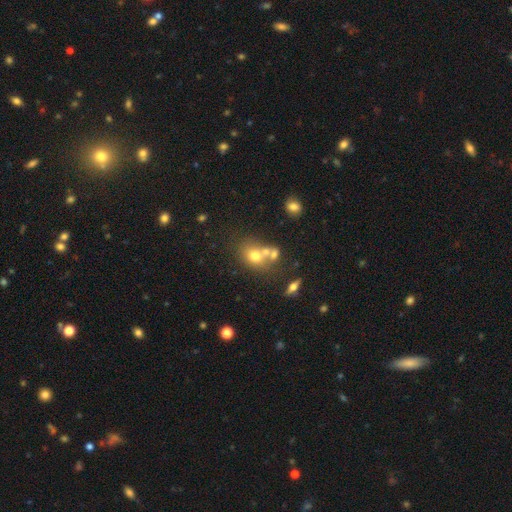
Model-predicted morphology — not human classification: The model was most divided on "merging": none: 43%, merger: 40%, minor disturbance: 11%, major disturbance: 6%. More confident: smooth or featured — smooth (65%); how rounded — round (58%).